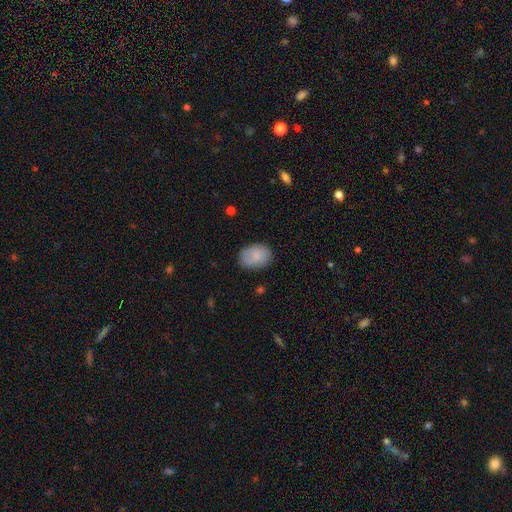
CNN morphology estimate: smooth 78%, featured or disk 15%, star or artifact 7%. Down the decision tree: how rounded — in between (69%); merging — none (79%).